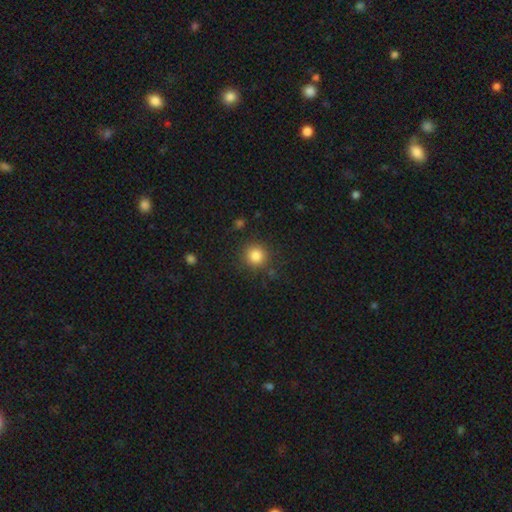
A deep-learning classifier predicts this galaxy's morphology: This appears to be a smooth galaxy with no disk features (84%) that is round (93%). Merging: none (86%).